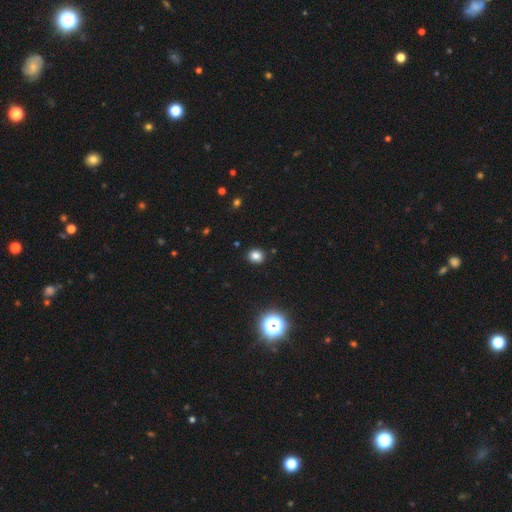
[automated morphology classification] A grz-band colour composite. It shows a smooth galaxy with no disk features (81%) that is round (65%). Merging: none (90%).